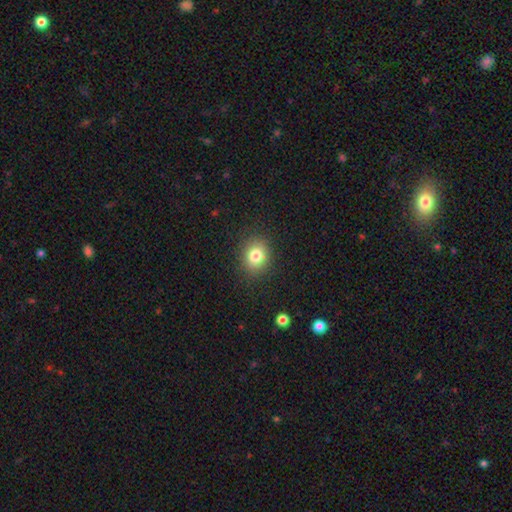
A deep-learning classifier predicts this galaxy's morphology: The model was most divided on "how rounded": round: 62%, in between: 37%, cigar-shaped: 1%. More confident: merging — none (87%); smooth or featured — smooth (81%).